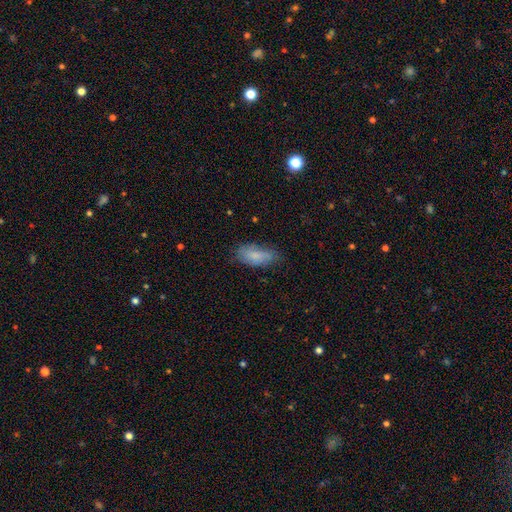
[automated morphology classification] A smooth galaxy with no disk features (77%) that is in between round and cigar-shaped (88%).

Vote fractions:
- Smooth or featured? smooth: 77% / featured or disk: 16% / star or artifact: 7%
- How rounded? in between: 88% / cigar-shaped: 9% / round: 3%
- Merging? none: 65% / minor disturbance: 27% / major disturbance: 6% / merger: 2%